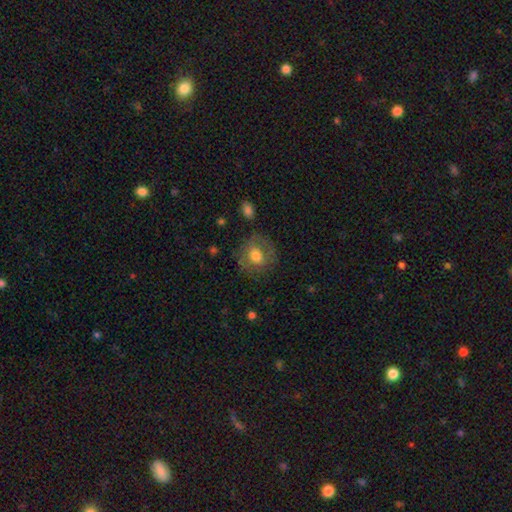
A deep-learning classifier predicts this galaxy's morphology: smooth-or-featured: smooth: 62% | featured or disk: 30% | star or artifact: 8%
  how-rounded: round: 77% | in between: 22% | cigar-shaped: 1%
  merging: none: 71% | minor disturbance: 17% | major disturbance: 10% | merger: 2%